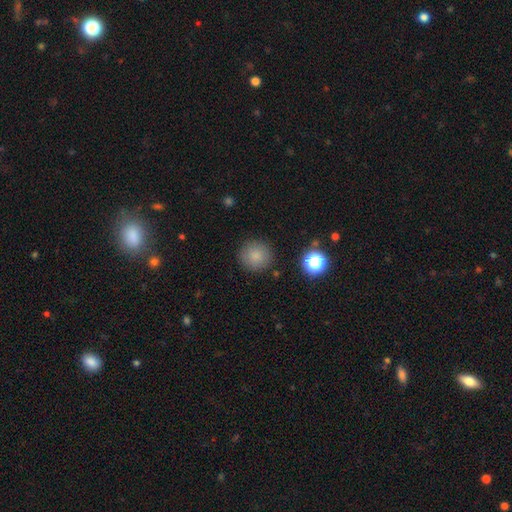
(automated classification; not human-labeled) Smooth or featured: smooth — 83% (star or artifact — 11%)
How rounded: round — 94% (in between — 5%)
Merging: none — 88% (minor disturbance — 8%)